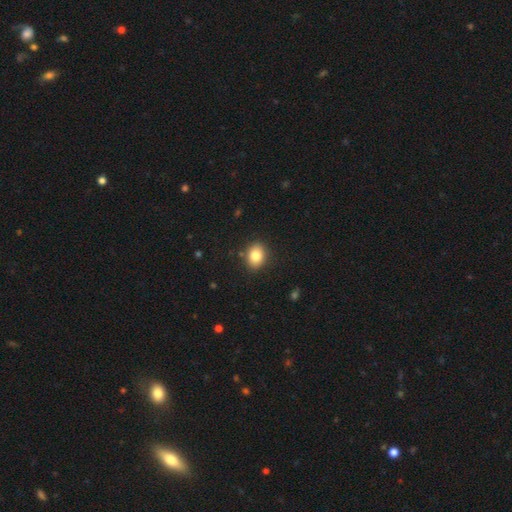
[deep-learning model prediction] smooth 82%, star or artifact 9%, featured or disk 8%. Down the decision tree: how rounded — in between (60%); merging — none (87%).